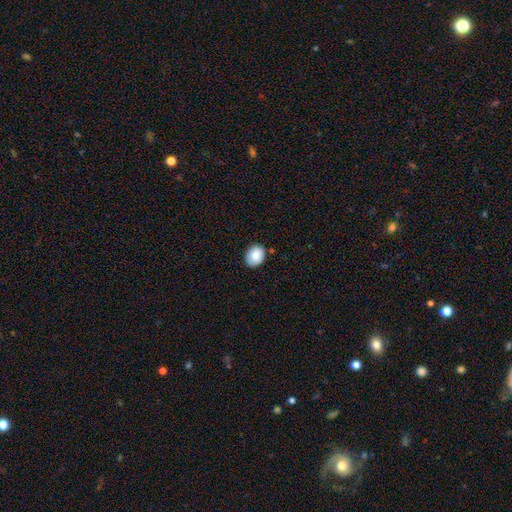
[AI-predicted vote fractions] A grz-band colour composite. It shows a smooth galaxy with no disk features (81%) that is round (51%). Merging: none (85%).